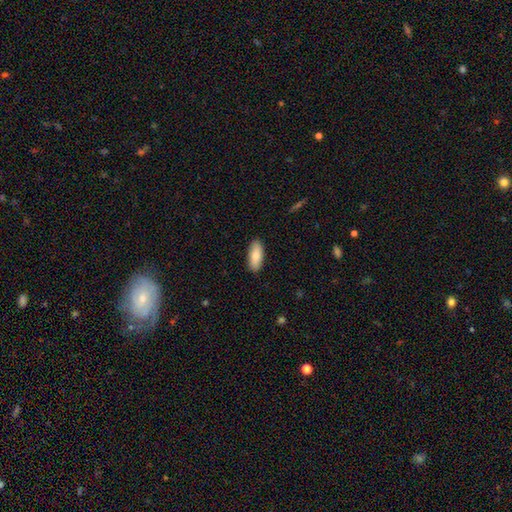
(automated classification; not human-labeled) The model was most divided on "how rounded": in between: 81%, cigar-shaped: 17%, round: 2%. More confident: merging — none (90%); smooth or featured — smooth (81%).